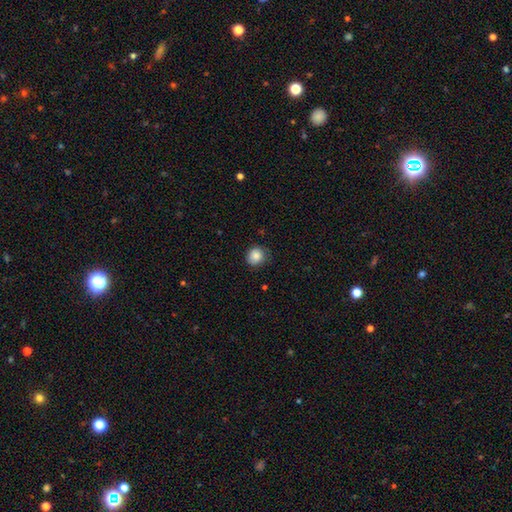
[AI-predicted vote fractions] Smooth or featured?
  - smooth: 86% *
  - star or artifact: 9%
  - featured or disk: 5%
How rounded?
  - round: 82% *
  - in between: 17%
  - cigar-shaped: 1%
Merging?
  - none: 78% *
  - minor disturbance: 18%
  - major disturbance: 3%
  - merger: 1%